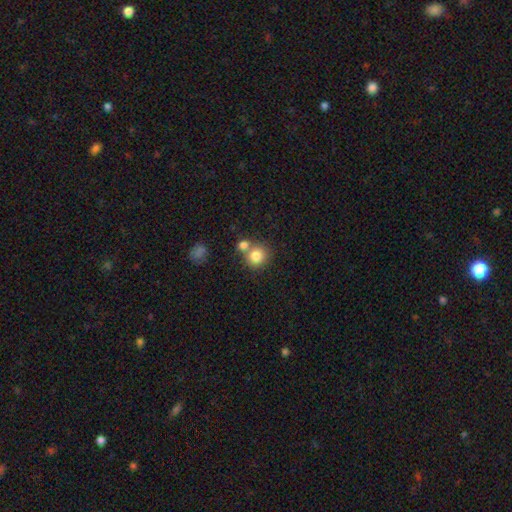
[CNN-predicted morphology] A smooth galaxy with no disk features (81%) that is round (88%).

Vote fractions:
- Smooth or featured? smooth: 81% / star or artifact: 10% / featured or disk: 9%
- How rounded? round: 88% / in between: 11% / cigar-shaped: 1%
- Merging? none: 54% / merger: 35% / minor disturbance: 8% / major disturbance: 3%